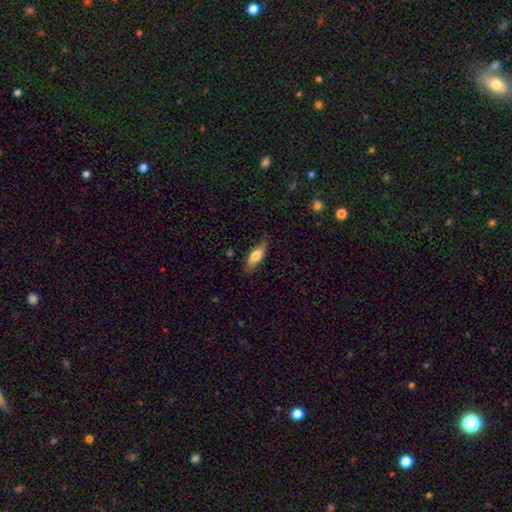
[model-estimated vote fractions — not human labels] smooth-or-featured: smooth: 72% | featured or disk: 22% | star or artifact: 6%
  how-rounded: in between: 68% | cigar-shaped: 30% | round: 2%
  merging: none: 75% | minor disturbance: 20% | major disturbance: 4% | merger: 1%